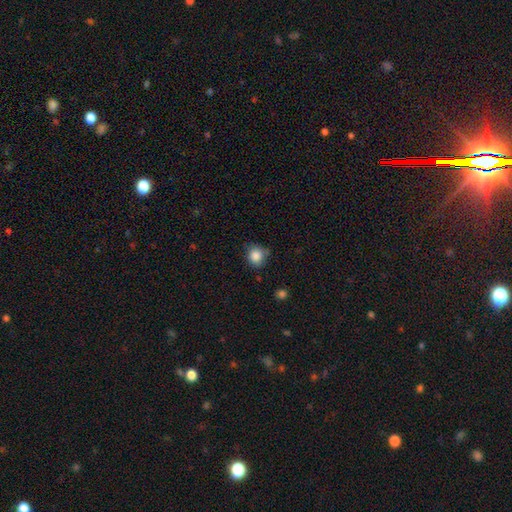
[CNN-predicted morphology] Q: Smooth or featured?
A: smooth (85%); runner-up: star or artifact (10%)
Q: How rounded?
A: round (84%); runner-up: in between (15%)
Q: Merging?
A: none (71%); runner-up: minor disturbance (22%)